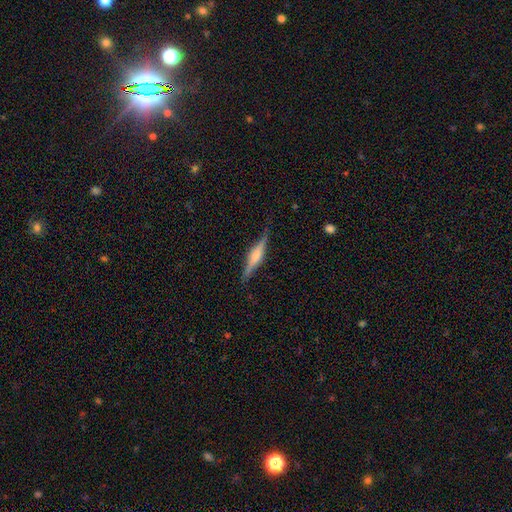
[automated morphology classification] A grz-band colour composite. It shows a featured or disk galaxy (68%) viewed edge-on (97%) with a rounded central bulge (71%). Merging: none (84%).